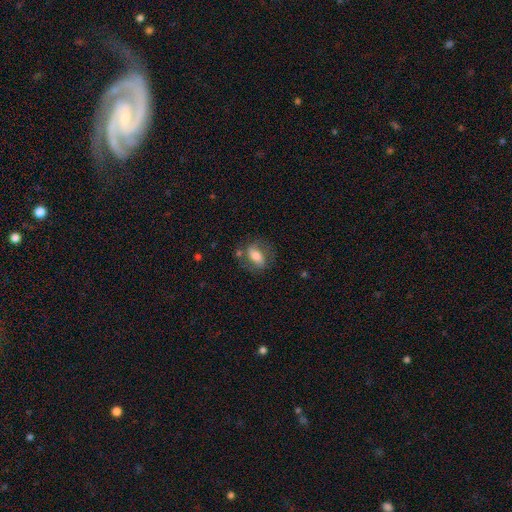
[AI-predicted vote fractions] smooth-or-featured: smooth: 56% | featured or disk: 36% | star or artifact: 8%
  how-rounded: in between: 77% | round: 16% | cigar-shaped: 7%
  merging: none: 64% | minor disturbance: 19% | major disturbance: 10% | merger: 6%